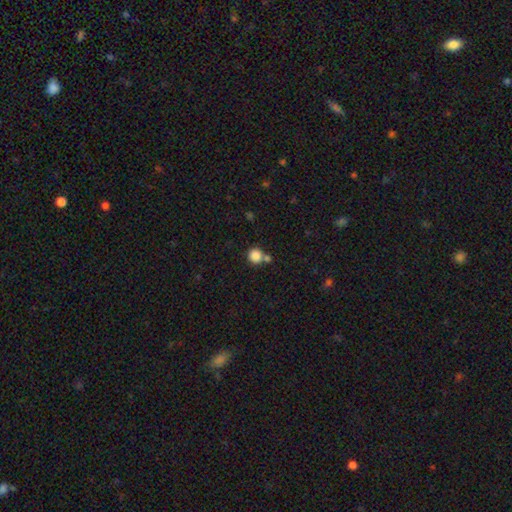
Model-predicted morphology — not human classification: Overall: smooth (86%). How rounded: round (92%). Merging: none (63%; merger 25%).